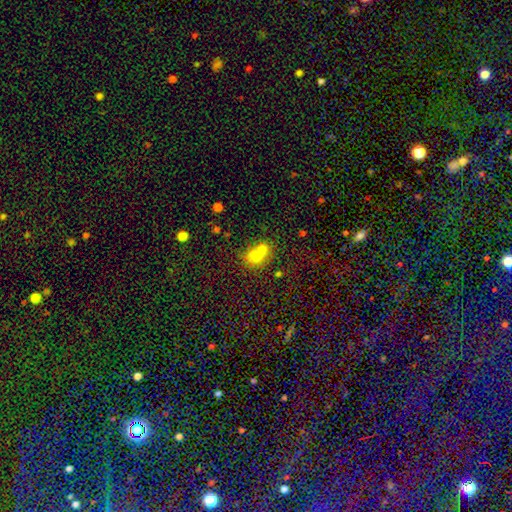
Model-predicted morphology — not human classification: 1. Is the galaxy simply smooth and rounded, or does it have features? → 70% smooth, 17% featured or disk, 13% star or artifact.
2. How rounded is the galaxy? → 75% round, 24% in between, 1% cigar-shaped.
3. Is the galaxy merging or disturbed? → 64% merger, 28% none, 5% minor disturbance, 3% major disturbance.